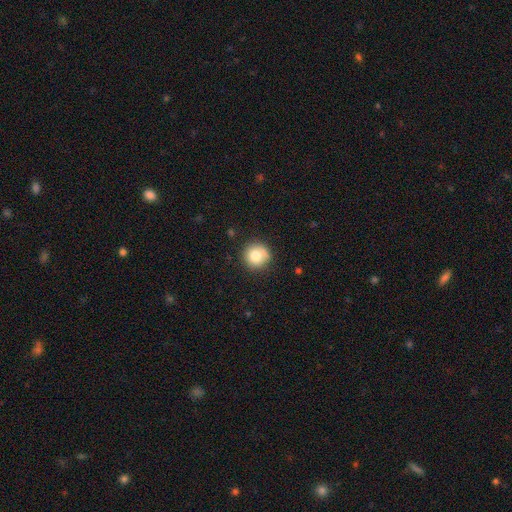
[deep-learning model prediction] smooth 80%, featured or disk 10%, star or artifact 9%. Down the decision tree: how rounded — round (94%); merging — none (81%).